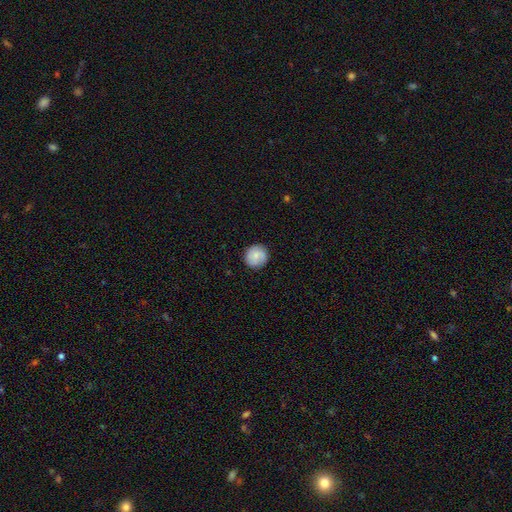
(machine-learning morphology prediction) smooth-or-featured: smooth: 73% | featured or disk: 20% | star or artifact: 7%
  how-rounded: round: 92% | in between: 7% | cigar-shaped: 1%
  merging: none: 86% | minor disturbance: 10% | major disturbance: 2% | merger: 1%